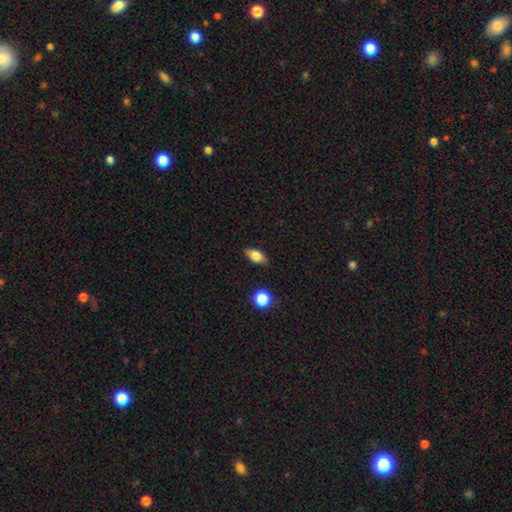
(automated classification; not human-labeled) The model was most divided on "smooth or featured": smooth: 78%, featured or disk: 14%, star or artifact: 8%. More confident: merging — none (86%); how rounded — in between (85%).